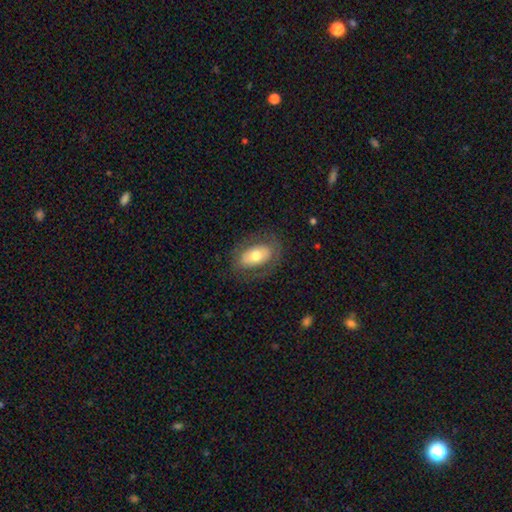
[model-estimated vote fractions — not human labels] Q: Smooth or featured?
A: smooth (57%); runner-up: featured or disk (37%)
Q: How rounded?
A: in between (88%); runner-up: round (11%)
Q: Merging?
A: none (76%); runner-up: minor disturbance (15%)